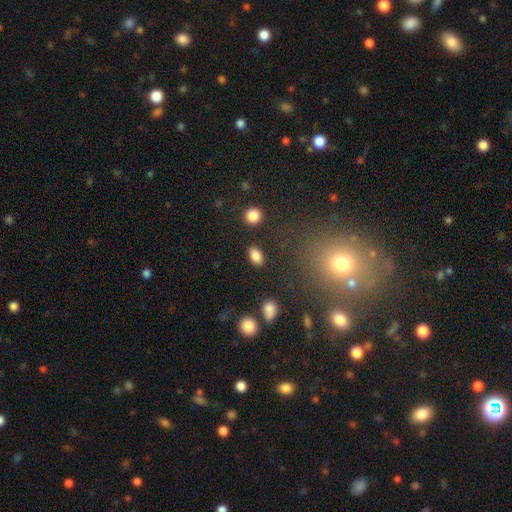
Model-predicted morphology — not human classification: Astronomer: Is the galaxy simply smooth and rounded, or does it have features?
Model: smooth — 87%.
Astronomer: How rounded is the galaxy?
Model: in between — 86%.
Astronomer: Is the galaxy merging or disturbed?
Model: none — 87%.